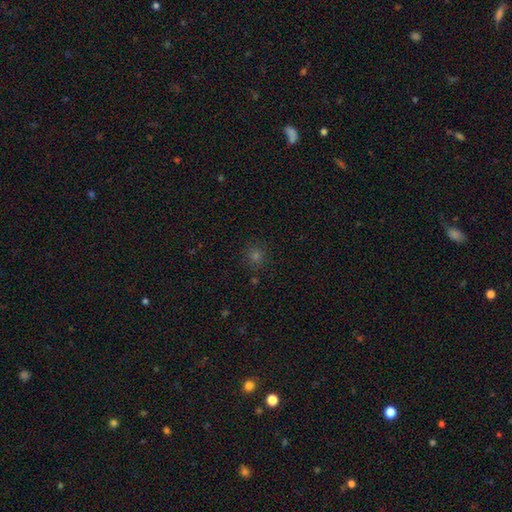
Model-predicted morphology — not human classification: smooth 63%, star or artifact 31%, featured or disk 7%. Down the decision tree: how rounded — round (92%); merging — none (89%).